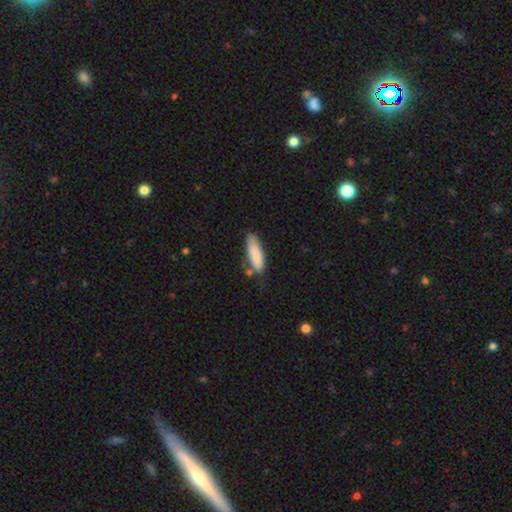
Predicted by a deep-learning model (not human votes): Smooth or featured? Predicted: smooth (p=0.83). How rounded? Predicted: cigar-shaped (p=0.49, tied with in between). Merging? Predicted: none (p=0.57).